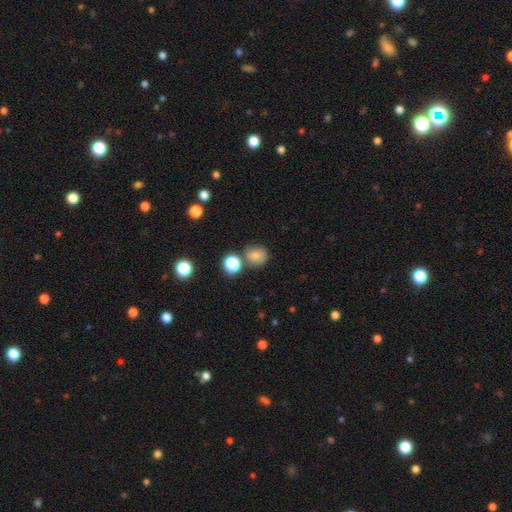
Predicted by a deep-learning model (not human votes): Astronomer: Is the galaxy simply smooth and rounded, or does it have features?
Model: smooth — 75%.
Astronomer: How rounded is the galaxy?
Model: round — 80%.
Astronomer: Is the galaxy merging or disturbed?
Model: none — 68%.